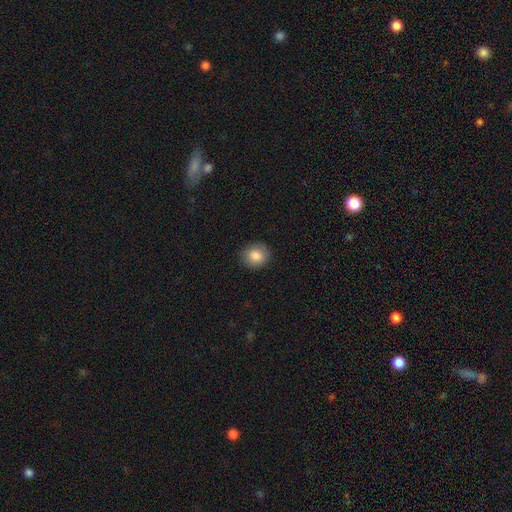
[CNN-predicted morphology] This is clearly a smooth galaxy (85%). How rounded: clearly round (82%). Merging: clearly none (89%).